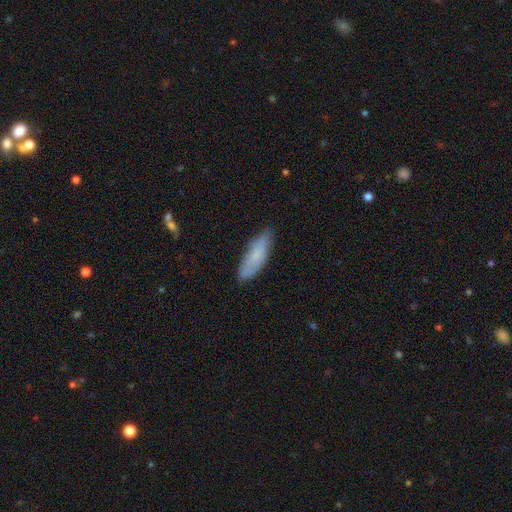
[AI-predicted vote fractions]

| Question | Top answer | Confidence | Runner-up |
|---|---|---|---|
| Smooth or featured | smooth | 73% | featured or disk (21%) |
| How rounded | cigar-shaped | 51% | in between (47%) |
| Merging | none | 77% | minor disturbance (18%) |